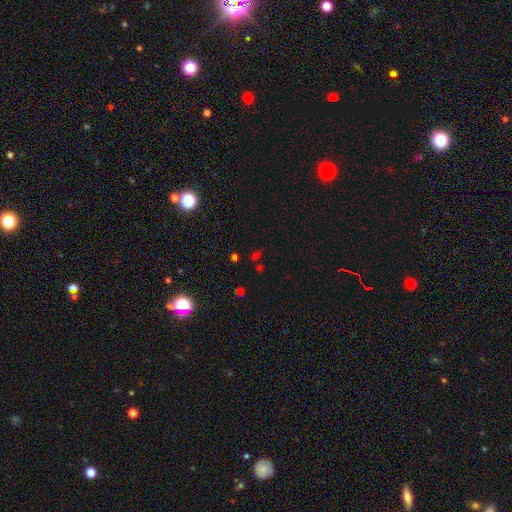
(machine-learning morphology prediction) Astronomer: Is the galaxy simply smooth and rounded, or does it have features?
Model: star or artifact — 52% (runner-up: smooth, 40%).